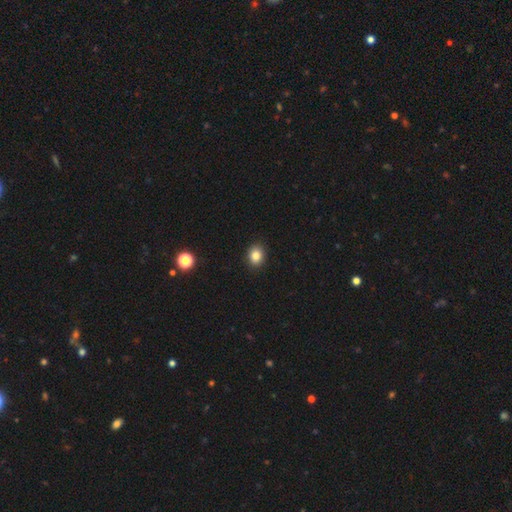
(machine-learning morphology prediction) smooth_or_featured: smooth (p=0.84) [alt: star or artifact p=0.11]
how_rounded: round (p=0.56) [alt: in between p=0.43]
merging: none (p=0.90) [alt: minor disturbance p=0.07]